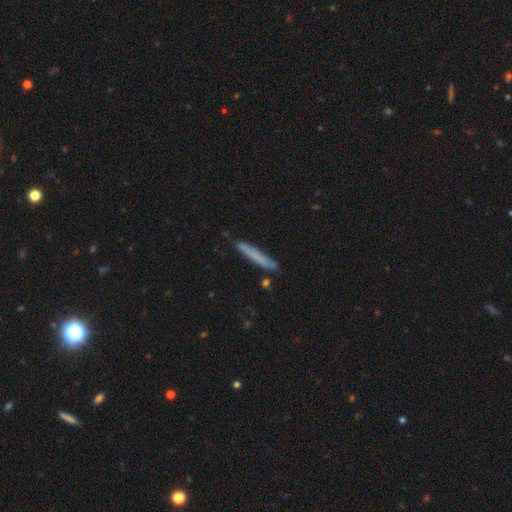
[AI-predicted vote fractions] This appears to be a smooth galaxy with no disk features (72%) that is cigar-shaped (96%). Merging: none (84%).